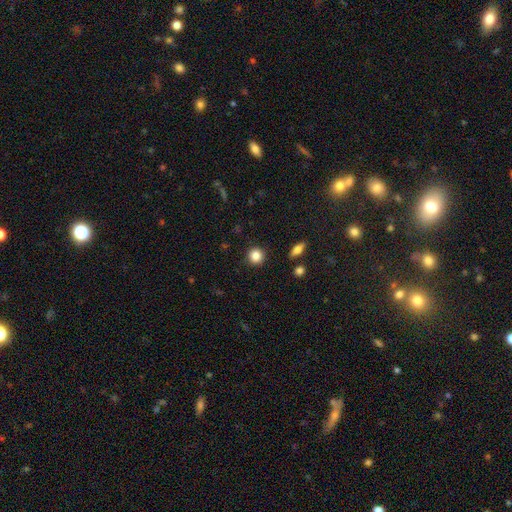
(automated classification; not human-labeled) Smooth or featured?
  - smooth: 84% *
  - star or artifact: 10%
  - featured or disk: 5%
How rounded?
  - round: 93% *
  - in between: 6%
  - cigar-shaped: 1%
Merging?
  - none: 91% *
  - minor disturbance: 6%
  - major disturbance: 2%
  - merger: 1%